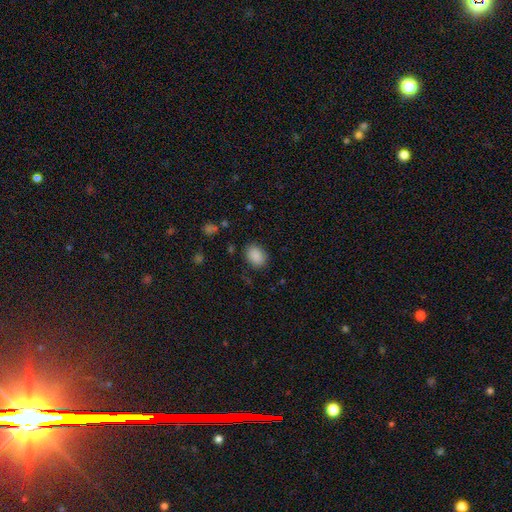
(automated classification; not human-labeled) The model was most divided on "how rounded": in between: 72%, round: 27%, cigar-shaped: 1%. More confident: smooth or featured — smooth (88%); merging — none (83%).